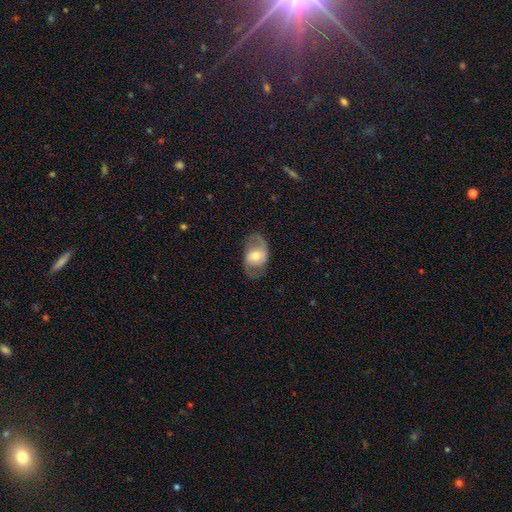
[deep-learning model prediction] A featured or disk galaxy (70%) with no bar (42%), 2 (87%) medium (45%) spiral arms (82%) and a moderate central bulge (62%). Merging: none (76%).